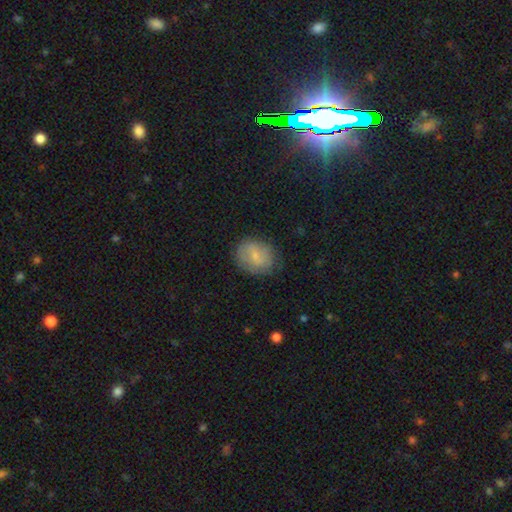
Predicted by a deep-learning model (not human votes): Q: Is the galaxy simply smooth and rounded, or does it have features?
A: smooth — 64%.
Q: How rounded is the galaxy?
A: round — 56%.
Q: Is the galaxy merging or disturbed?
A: none — 74%.